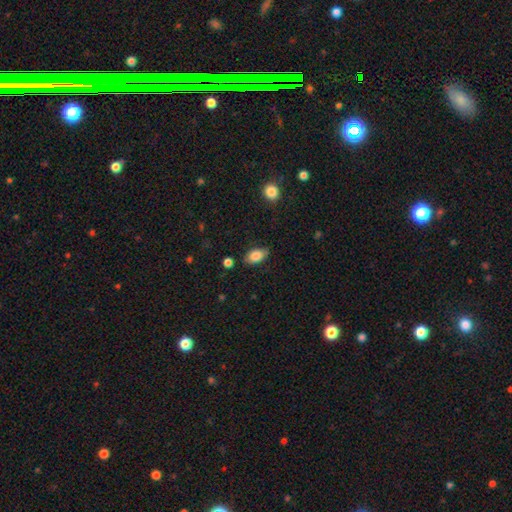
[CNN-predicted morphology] smooth_or_featured: smooth (p=0.84) [alt: featured or disk p=0.09]
how_rounded: in between (p=0.91) [alt: round p=0.07]
merging: none (p=0.76) [alt: minor disturbance p=0.18]